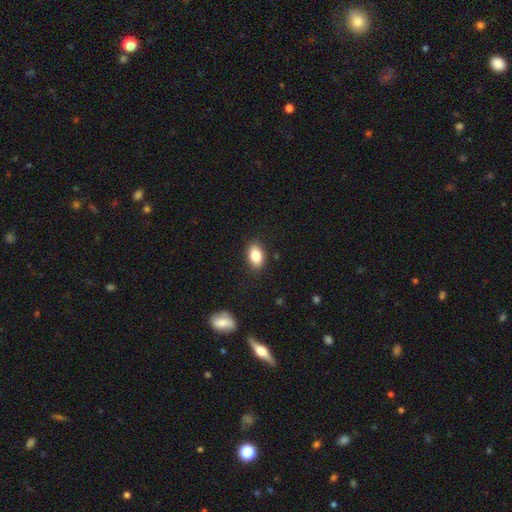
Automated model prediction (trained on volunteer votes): smooth-or-featured: smooth: 84% | featured or disk: 8% | star or artifact: 8%
  how-rounded: in between: 88% | round: 9% | cigar-shaped: 2%
  merging: none: 87% | minor disturbance: 10% | major disturbance: 2% | merger: 1%